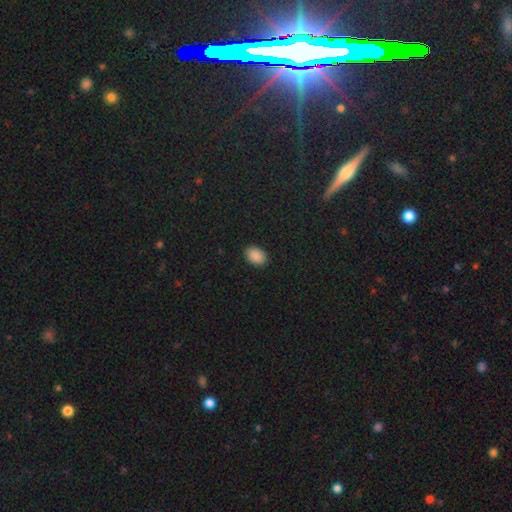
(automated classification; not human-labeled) smooth-or-featured: smooth: 89% | star or artifact: 8% | featured or disk: 3%
  how-rounded: in between: 84% | round: 15% | cigar-shaped: 1%
  merging: none: 90% | minor disturbance: 7% | major disturbance: 2% | merger: 1%